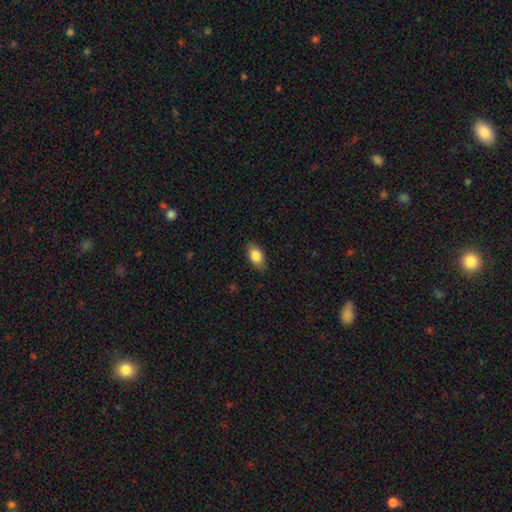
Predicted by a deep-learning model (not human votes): Morphology: type=smooth (84%); roundness=in between (89%); merging=none (85%).